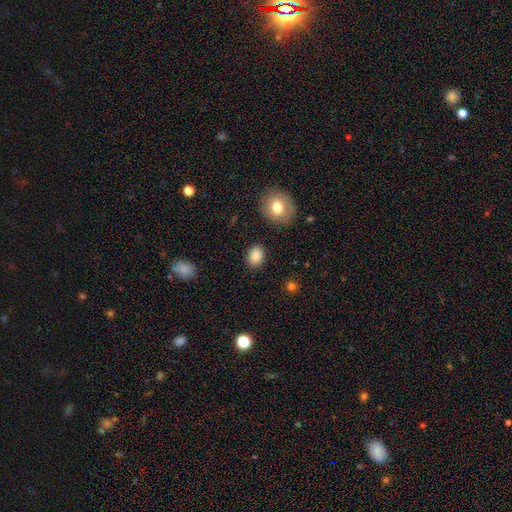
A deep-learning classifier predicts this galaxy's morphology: Smooth or featured? Predicted: smooth (p=0.86). How rounded? Predicted: in between (p=0.56). Merging? Predicted: none (p=0.88).